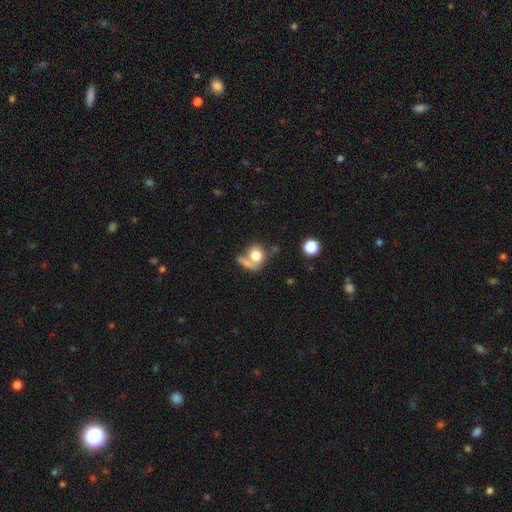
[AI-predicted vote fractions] A smooth galaxy with no disk features (76%) that is round (67%).

Vote fractions:
- Smooth or featured? smooth: 76% / featured or disk: 15% / star or artifact: 9%
- How rounded? round: 67% / in between: 31% / cigar-shaped: 2%
- Merging? merger: 39% / none: 38% / major disturbance: 12% / minor disturbance: 11%